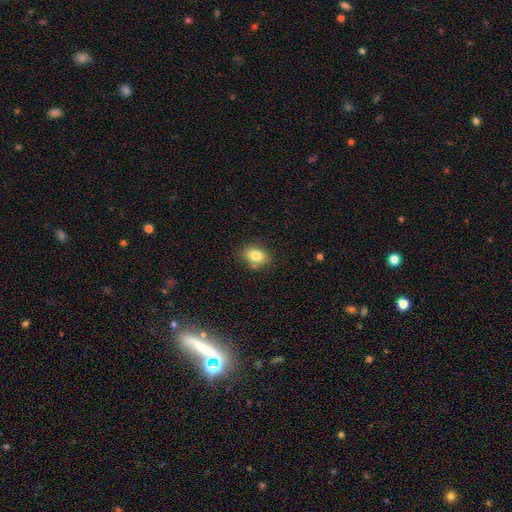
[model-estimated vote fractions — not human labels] A smooth galaxy with no disk features (82%) that is in between round and cigar-shaped (72%).

Vote fractions:
- Smooth or featured? smooth: 82% / star or artifact: 9% / featured or disk: 9%
- How rounded? in between: 72% / round: 27% / cigar-shaped: 1%
- Merging? none: 74% / minor disturbance: 16% / merger: 6% / major disturbance: 4%